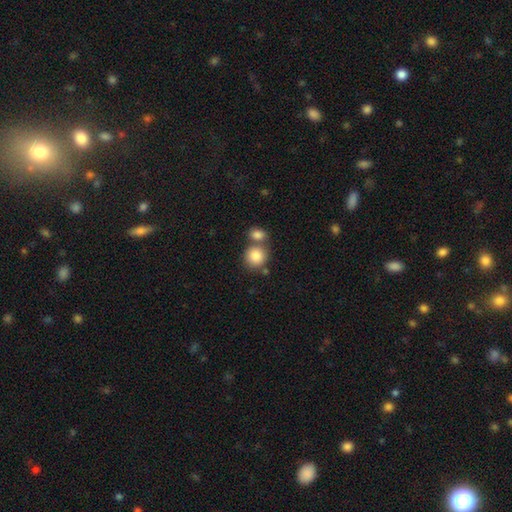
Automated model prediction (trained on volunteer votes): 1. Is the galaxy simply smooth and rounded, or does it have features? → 85% smooth, 8% star or artifact, 7% featured or disk.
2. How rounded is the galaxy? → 84% round, 15% in between, 1% cigar-shaped.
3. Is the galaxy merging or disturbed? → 51% none, 38% merger, 9% minor disturbance, 3% major disturbance.